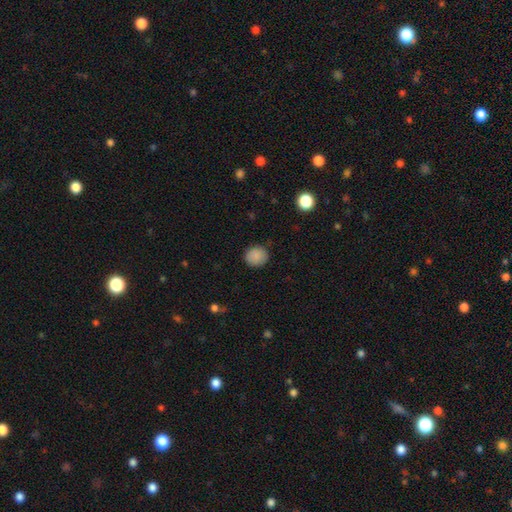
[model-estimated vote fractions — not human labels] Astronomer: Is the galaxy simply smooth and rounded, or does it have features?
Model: smooth — 87%.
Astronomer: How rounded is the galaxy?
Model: round — 84%.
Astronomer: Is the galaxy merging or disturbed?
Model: none — 85%.